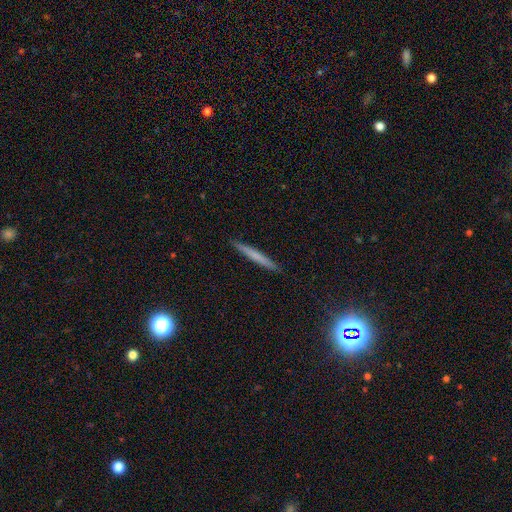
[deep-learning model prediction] Smooth or featured?
  - smooth: 59% *
  - featured or disk: 33%
  - star or artifact: 8%
How rounded?
  - cigar-shaped: 96% *
  - in between: 2%
  - round: 1%
Merging?
  - none: 92% *
  - minor disturbance: 6%
  - major disturbance: 1%
  - merger: 1%